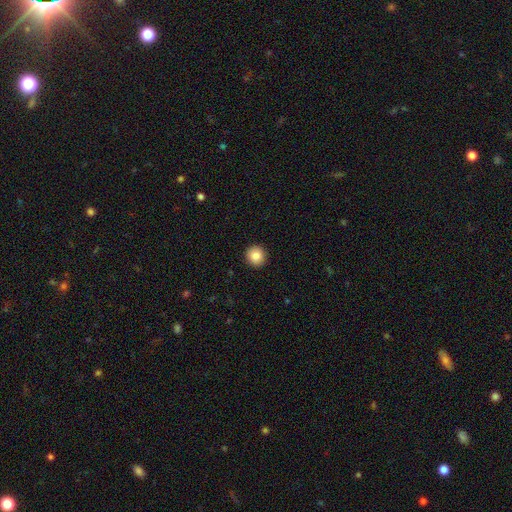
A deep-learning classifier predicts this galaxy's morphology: smooth_or_featured: smooth (p=0.86) [alt: star or artifact p=0.09]
how_rounded: round (p=0.90) [alt: in between p=0.09]
merging: none (p=0.92) [alt: minor disturbance p=0.05]